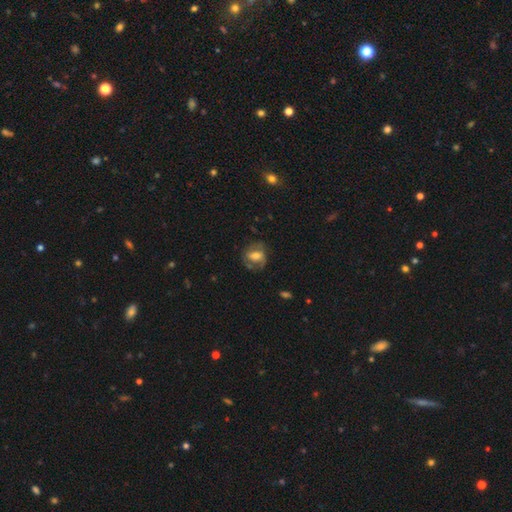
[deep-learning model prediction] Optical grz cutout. It shows a featured or disk galaxy (54%) with a weak bar (40%), spiral arms (70%) and a moderate central bulge (56%). Merging: none (62%).